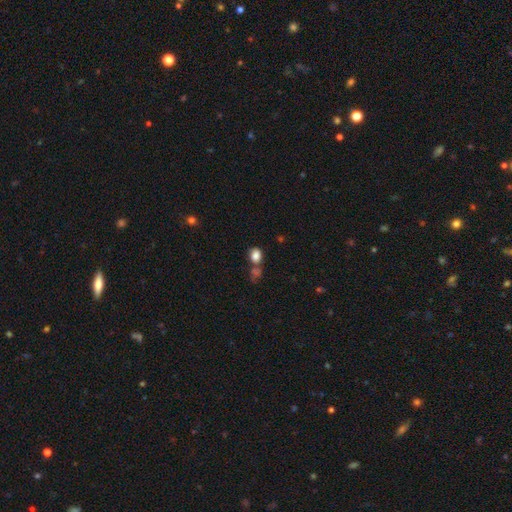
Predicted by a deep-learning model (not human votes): Smooth or featured? Predicted: smooth (p=0.82). How rounded? Predicted: in between (p=0.55). Merging? Predicted: none (p=0.49).